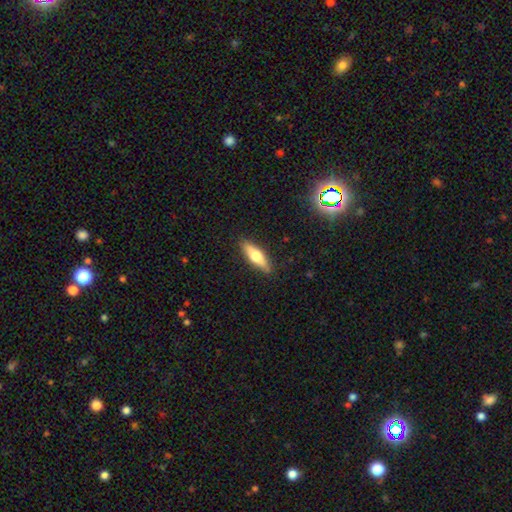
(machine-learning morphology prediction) A smooth galaxy with no disk features (57%) that is cigar-shaped (58%). Merging: none (88%).